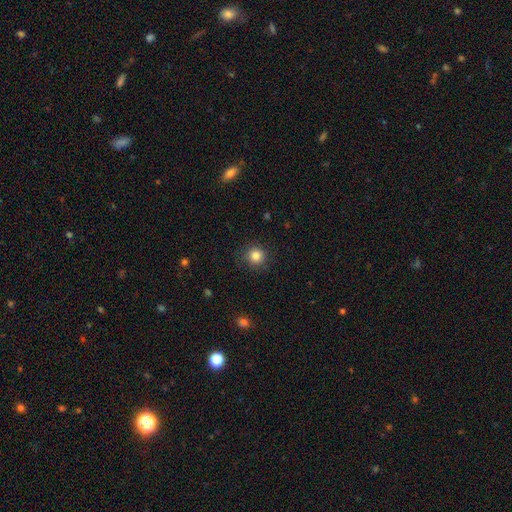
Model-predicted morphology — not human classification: The model was most divided on "smooth or featured": smooth: 83%, star or artifact: 11%, featured or disk: 5%. More confident: how rounded — round (93%); merging — none (89%).